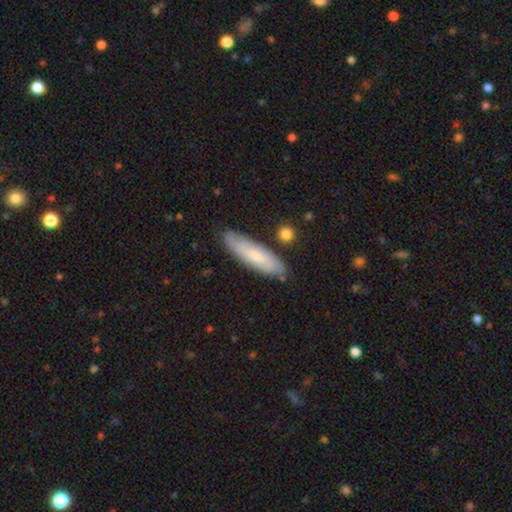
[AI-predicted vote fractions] A smooth galaxy with no disk features (53%) that is cigar-shaped (60%).

Vote fractions:
- Smooth or featured? smooth: 53% / featured or disk: 40% / star or artifact: 6%
- How rounded? cigar-shaped: 60% / in between: 38% / round: 2%
- Merging? none: 80% / minor disturbance: 14% / merger: 3% / major disturbance: 3%